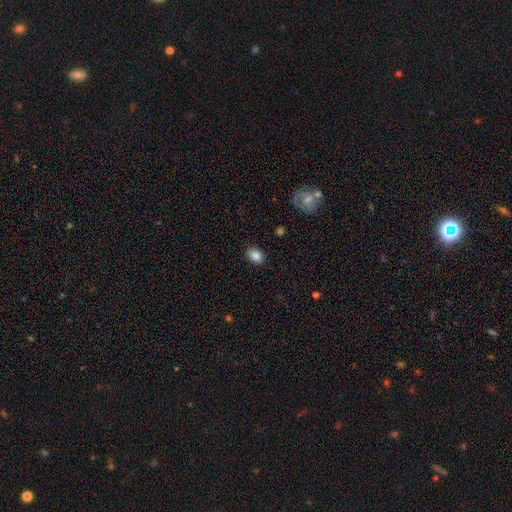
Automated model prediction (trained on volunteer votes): Smooth or featured? smooth (84%)
How rounded? in between (70%)
Merging? none (86%)